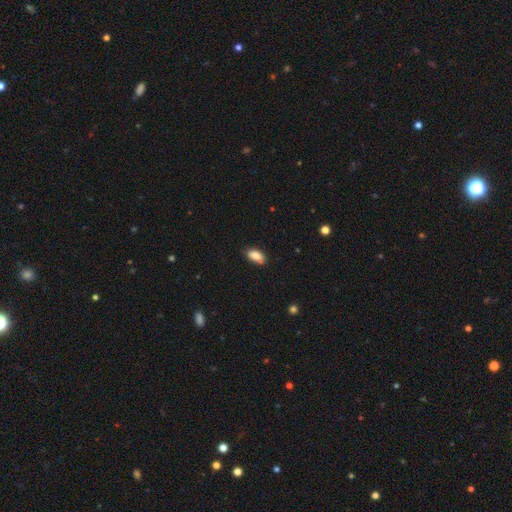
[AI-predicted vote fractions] smooth 87%, star or artifact 7%, featured or disk 6%. Down the decision tree: how rounded — in between (91%); merging — none (78%).